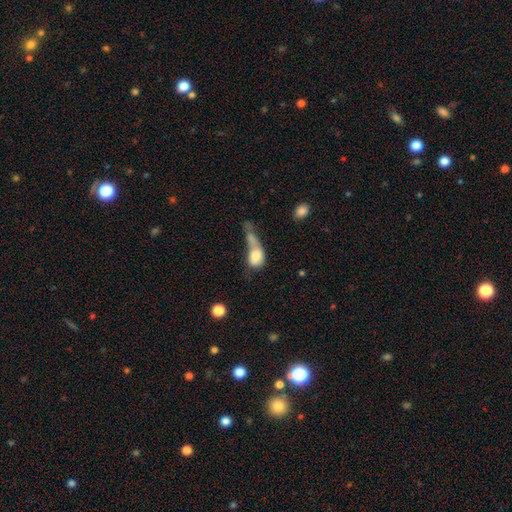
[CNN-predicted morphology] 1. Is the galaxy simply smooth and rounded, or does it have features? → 72% smooth, 20% featured or disk, 9% star or artifact.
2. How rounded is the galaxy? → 70% in between, 23% round, 8% cigar-shaped.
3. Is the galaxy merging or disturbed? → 43% merger, 31% major disturbance, 13% minor disturbance, 13% none.